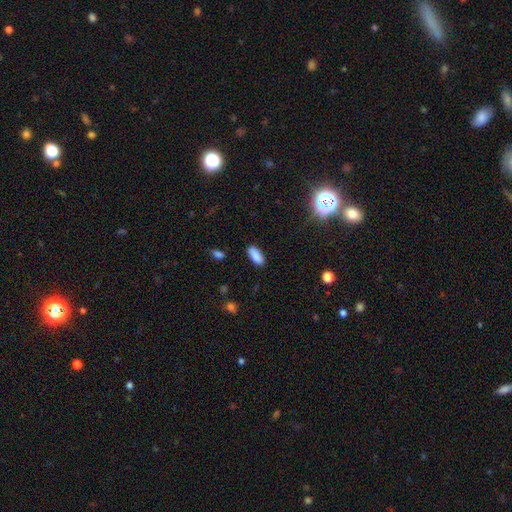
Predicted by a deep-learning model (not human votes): smooth 87%, star or artifact 9%, featured or disk 5%. Down the decision tree: how rounded — in between (82%); merging — none (84%).